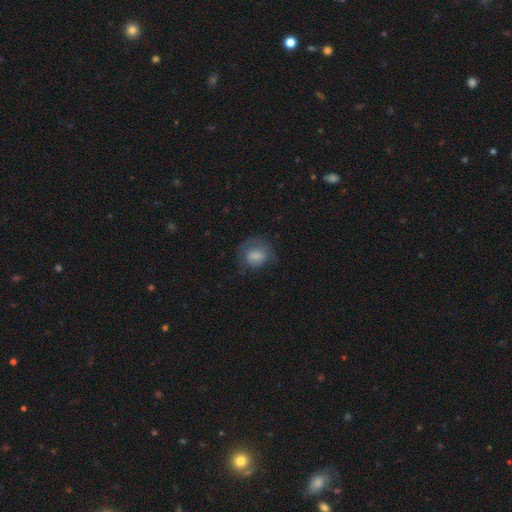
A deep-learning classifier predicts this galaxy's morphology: type=smooth (71%); roundness=round (58%); merging=none (54%).